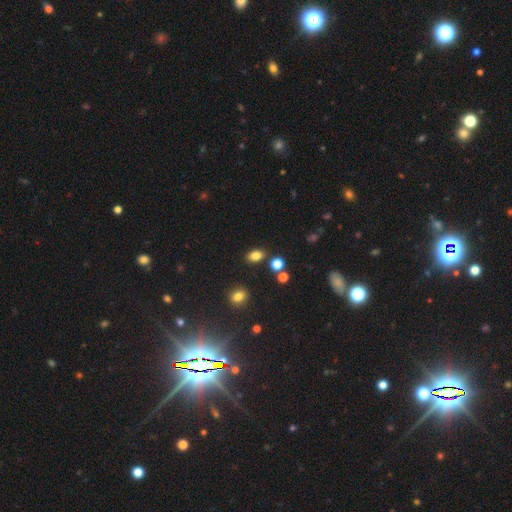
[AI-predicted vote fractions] A smooth galaxy with no disk features (82%) that is in between round and cigar-shaped (76%). Merging: none (81%).